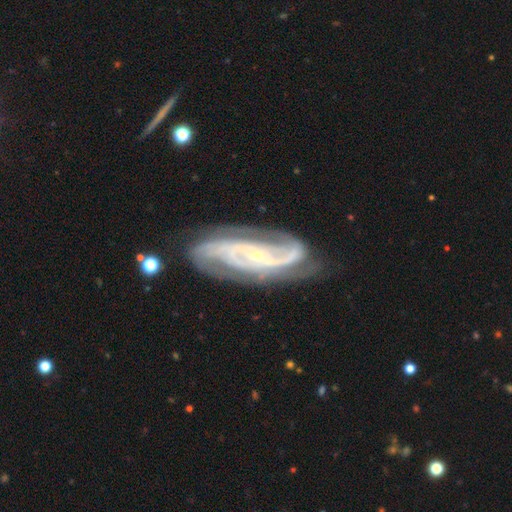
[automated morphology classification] Q: Smooth or featured?
A: featured or disk (91%); runner-up: star or artifact (5%)
Q: Edge-on disk?
A: no (94%); runner-up: yes (6%)
Q: Bar?
A: no (50%); runner-up: weak (28%)
Q: Spiral arms?
A: yes (98%); runner-up: no (2%)
Q: Spiral winding?
A: tight (47%); runner-up: medium (43%)
Q: Spiral arm count?
A: 2 (49%); runner-up: 3 (22%)
Q: Bulge size?
A: small (85%); runner-up: moderate (11%)
Q: Merging?
A: none (73%); runner-up: minor disturbance (18%)